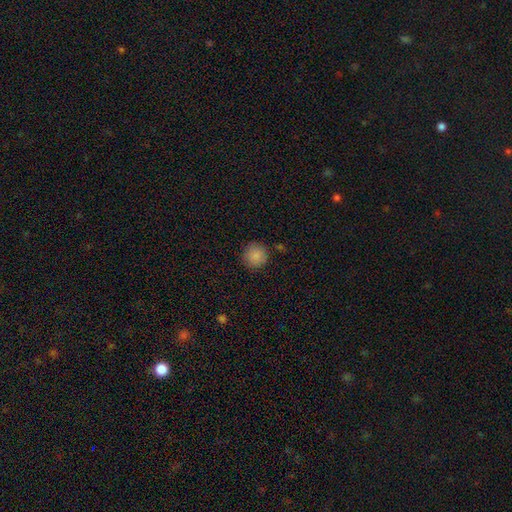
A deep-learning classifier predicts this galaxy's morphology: Smooth or featured? smooth (88%)
How rounded? round (94%)
Merging? none (88%)